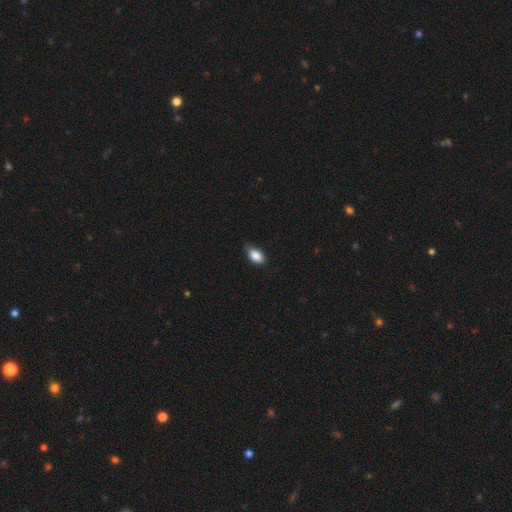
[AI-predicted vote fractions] smooth-or-featured: smooth: 87% | star or artifact: 7% | featured or disk: 5%
  how-rounded: in between: 89% | round: 8% | cigar-shaped: 2%
  merging: none: 69% | minor disturbance: 26% | major disturbance: 4% | merger: 1%